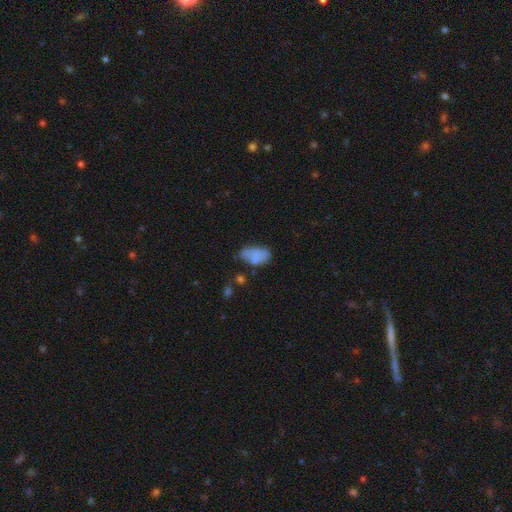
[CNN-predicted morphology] A smooth galaxy with no disk features (73%) that is in between round and cigar-shaped (92%).

Vote fractions:
- Smooth or featured? smooth: 73% / featured or disk: 17% / star or artifact: 9%
- How rounded? in between: 92% / round: 6% / cigar-shaped: 2%
- Merging? none: 48% / minor disturbance: 29% / major disturbance: 12% / merger: 11%